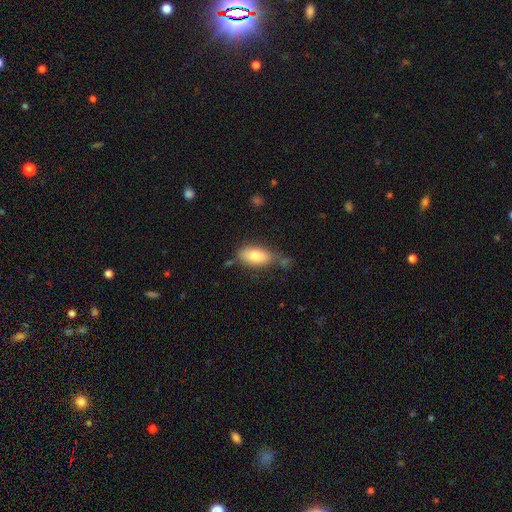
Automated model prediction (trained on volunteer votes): This appears to be a smooth galaxy with no disk features (78%) that is in between round and cigar-shaped (89%). Merging: none (61%).